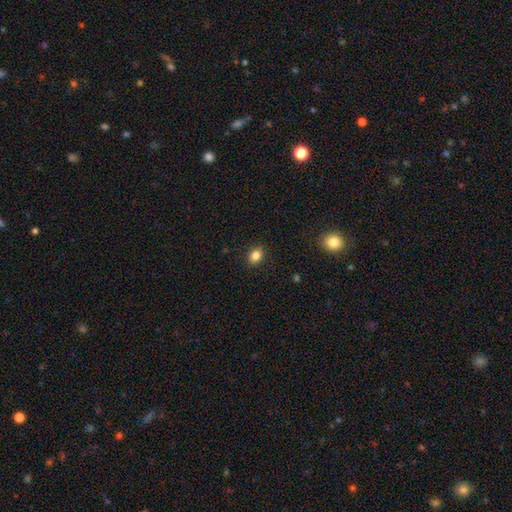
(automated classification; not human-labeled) smooth 83%, star or artifact 11%, featured or disk 6%. Down the decision tree: how rounded — round (55%); merging — none (90%).